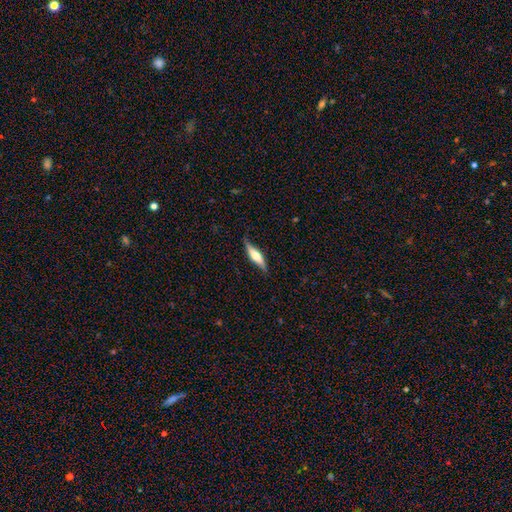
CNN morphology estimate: Smooth or featured? featured or disk (60%)
Edge-on disk? yes (89%)
Edge-on bulge? rounded (87%)
Merging? none (76%)